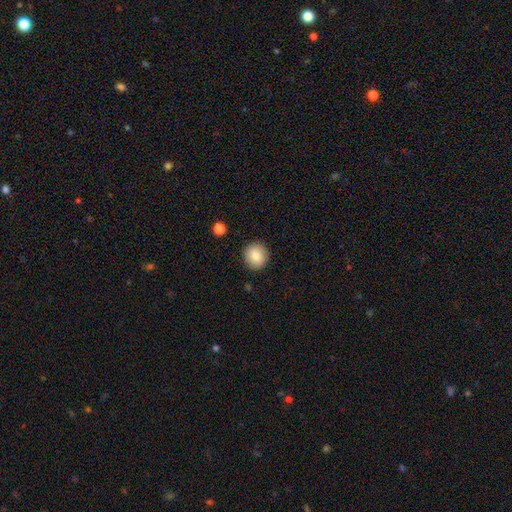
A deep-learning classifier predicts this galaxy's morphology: smooth-or-featured: smooth: 84% | featured or disk: 8% | star or artifact: 8%
  how-rounded: round: 89% | in between: 10% | cigar-shaped: 1%
  merging: none: 90% | minor disturbance: 7% | major disturbance: 2% | merger: 1%